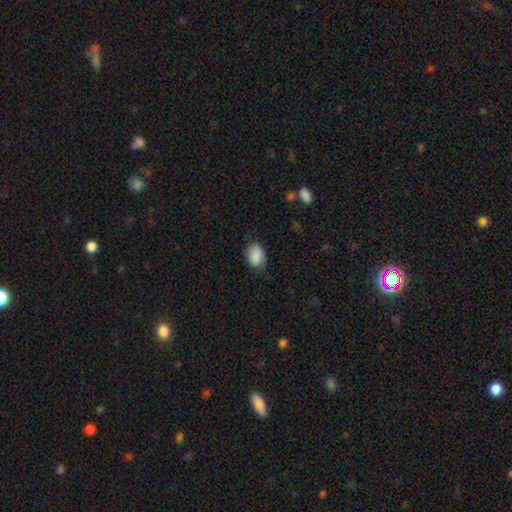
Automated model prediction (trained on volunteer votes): A smooth galaxy with no disk features (86%) that is in between round and cigar-shaped (80%). Merging: none (67%).